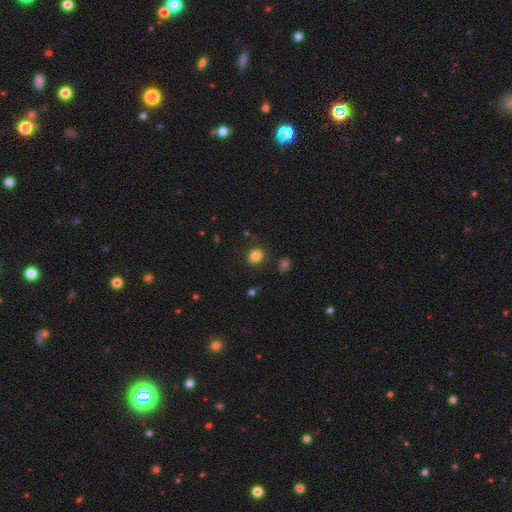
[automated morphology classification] smooth 83%, star or artifact 11%, featured or disk 6%. Down the decision tree: how rounded — round (62%); merging — none (84%).